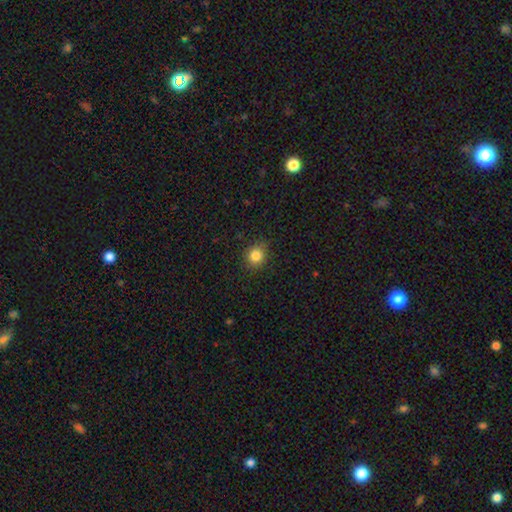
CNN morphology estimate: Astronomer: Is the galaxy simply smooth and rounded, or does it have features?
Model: smooth — 83%.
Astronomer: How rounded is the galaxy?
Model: round — 84%.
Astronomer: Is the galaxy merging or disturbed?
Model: none — 85%.